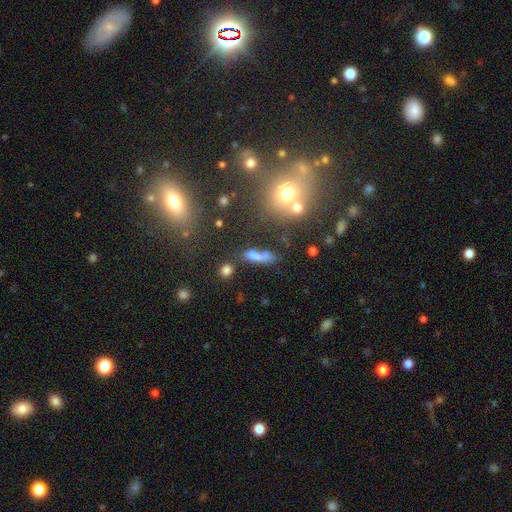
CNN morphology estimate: smooth_or_featured: smooth (p=0.62) [alt: star or artifact p=0.20]
how_rounded: cigar-shaped (p=0.47) [alt: in between p=0.39]
merging: none (p=0.57) [alt: merger p=0.20]